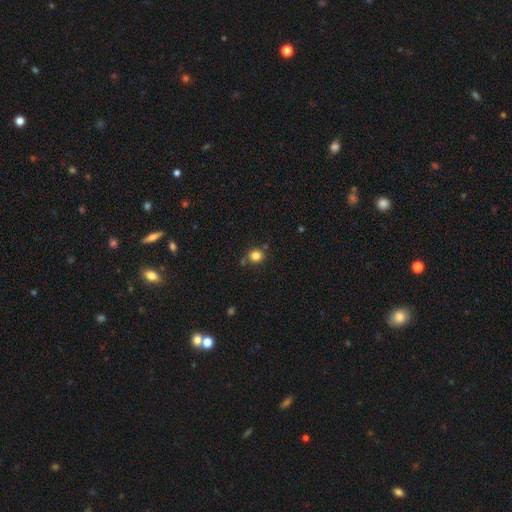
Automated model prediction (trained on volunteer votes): smooth 82%, star or artifact 13%, featured or disk 5%. Down the decision tree: how rounded — round (85%); merging — none (80%).